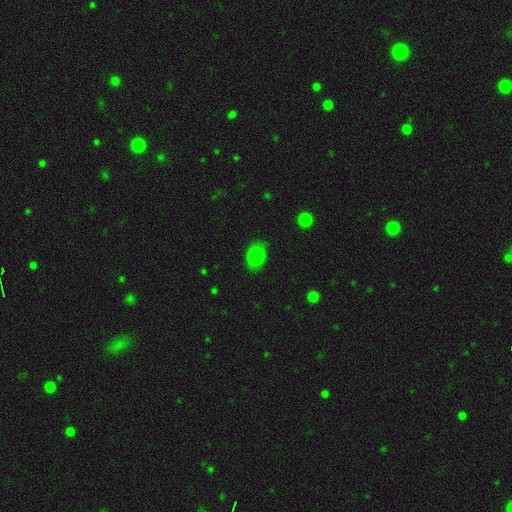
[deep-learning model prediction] A smooth galaxy with no disk features (84%) that is in between round and cigar-shaped (68%). Merging: none (76%).